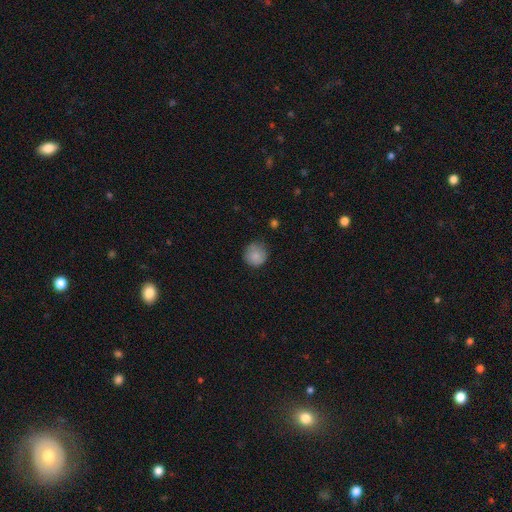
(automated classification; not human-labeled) Smooth or featured? Predicted: smooth (p=0.86). How rounded? Predicted: round (p=0.93). Merging? Predicted: none (p=0.79).